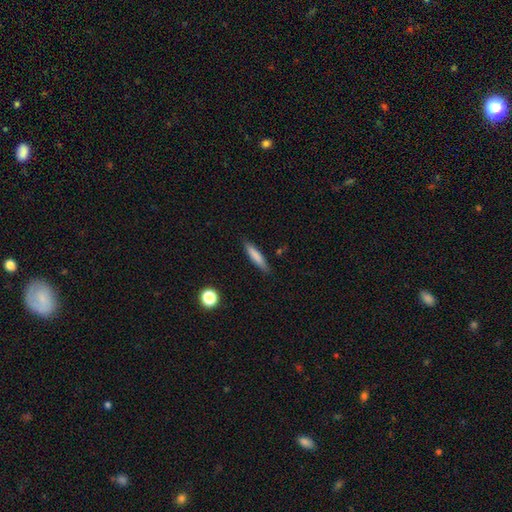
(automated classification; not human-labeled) Smooth or featured? Predicted: smooth (p=0.79). How rounded? Predicted: cigar-shaped (p=0.86). Merging? Predicted: none (p=0.86).